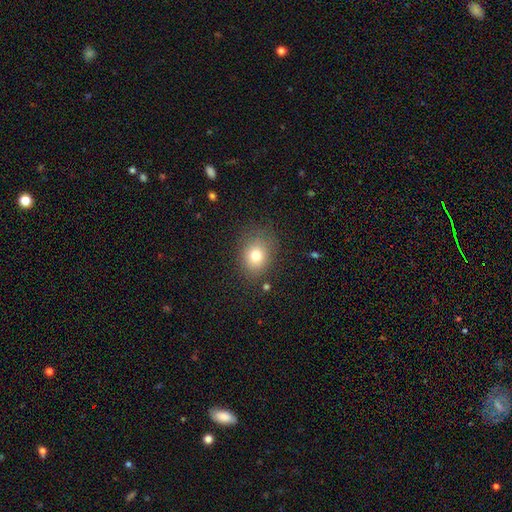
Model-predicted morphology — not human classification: This is likely a smooth galaxy (77%). How rounded: possibly round (52%). Merging: likely none (79%).